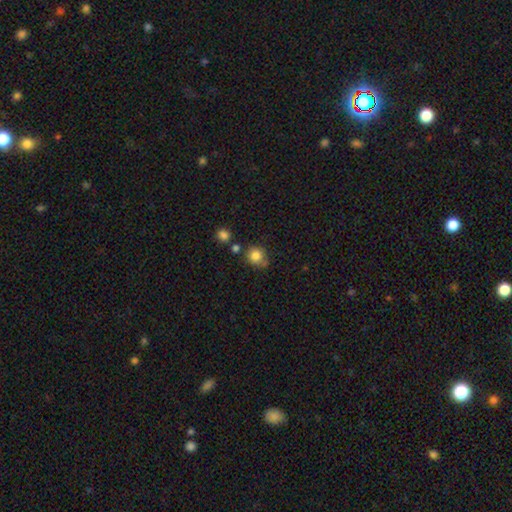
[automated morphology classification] A smooth galaxy with no disk features (83%) that is round (87%). Merging: none (71%).